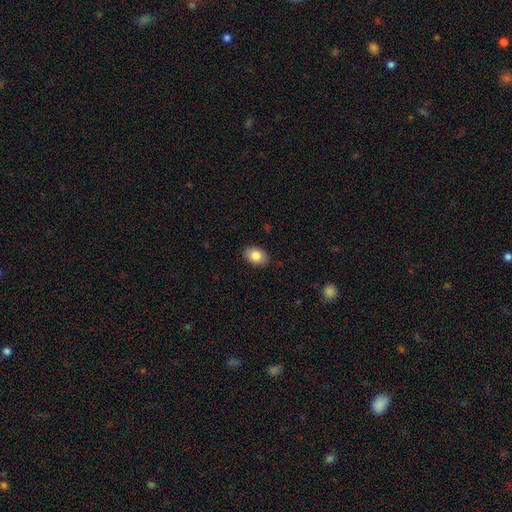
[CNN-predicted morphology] A smooth galaxy with no disk features (84%) that is in between round and cigar-shaped (80%).

Vote fractions:
- Smooth or featured? smooth: 84% / featured or disk: 9% / star or artifact: 8%
- How rounded? in between: 80% / round: 19% / cigar-shaped: 1%
- Merging? none: 88% / minor disturbance: 9% / major disturbance: 2% / merger: 1%